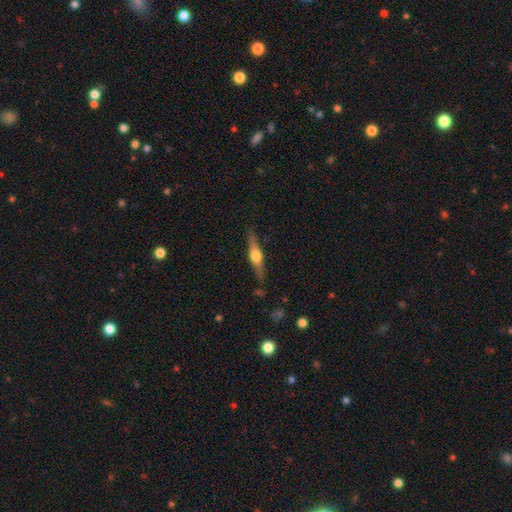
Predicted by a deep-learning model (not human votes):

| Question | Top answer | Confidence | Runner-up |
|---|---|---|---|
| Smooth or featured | featured or disk | 69% | smooth (25%) |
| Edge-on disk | yes | 97% | no (3%) |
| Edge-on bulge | rounded | 93% | boxy (5%) |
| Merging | none | 85% | minor disturbance (11%) |